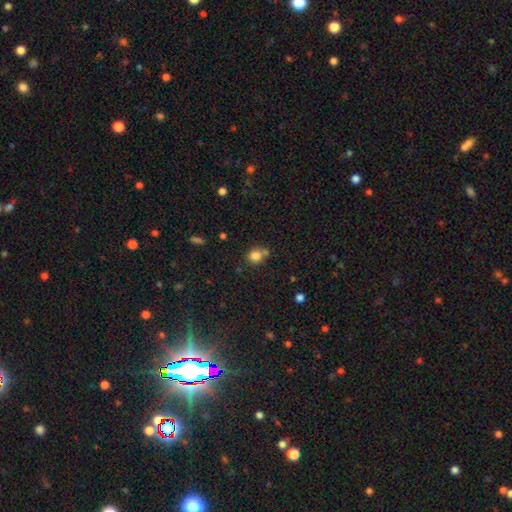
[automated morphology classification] A smooth galaxy with no disk features (82%) that is round (76%).

Vote fractions:
- Smooth or featured? smooth: 82% / star or artifact: 11% / featured or disk: 7%
- How rounded? round: 76% / in between: 23% / cigar-shaped: 1%
- Merging? none: 56% / merger: 25% / minor disturbance: 14% / major disturbance: 5%